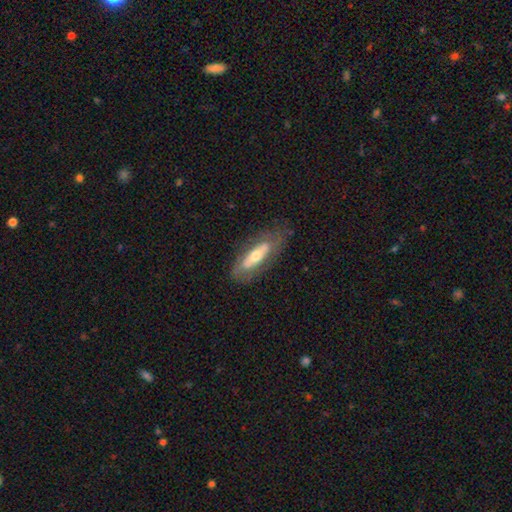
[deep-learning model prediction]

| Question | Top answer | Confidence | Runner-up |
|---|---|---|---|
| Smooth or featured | featured or disk | 54% | smooth (40%) |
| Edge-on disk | no | 66% | yes (34%) |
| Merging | none | 68% | minor disturbance (20%) |